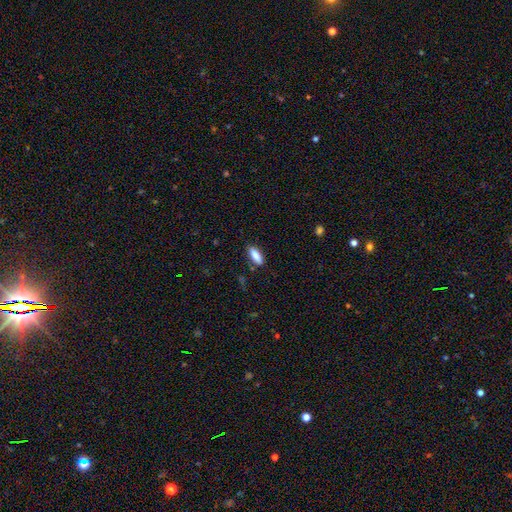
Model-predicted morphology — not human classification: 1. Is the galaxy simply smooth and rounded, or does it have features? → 87% smooth, 7% star or artifact, 6% featured or disk.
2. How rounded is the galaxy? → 66% in between, 32% cigar-shaped, 2% round.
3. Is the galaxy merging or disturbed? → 85% none, 11% minor disturbance, 2% major disturbance, 2% merger.